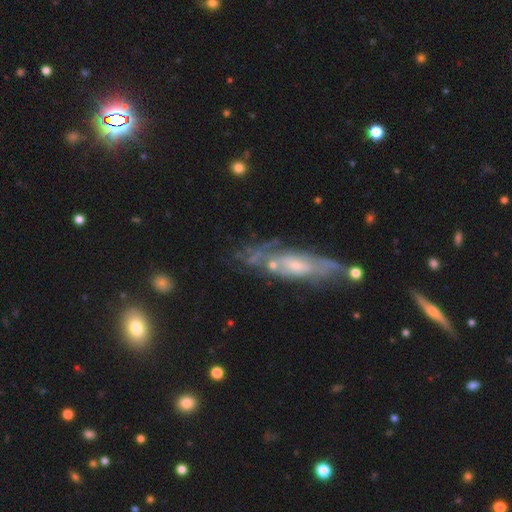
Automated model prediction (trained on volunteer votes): Smooth or featured: featured or disk — 72% (smooth — 19%)
Edge-on disk: no — 74% (yes — 26%)
Bar: no — 64% (weak — 29%)
Spiral arms: yes — 72% (no — 28%)
Bulge size: small — 60% (moderate — 31%)
Merging: none — 58% (minor disturbance — 22%)